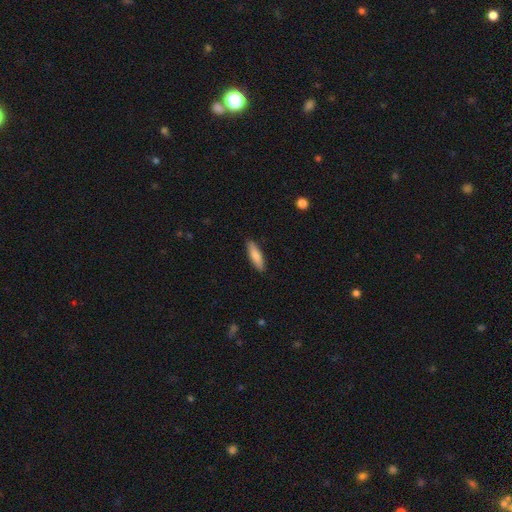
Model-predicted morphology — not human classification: A smooth galaxy with no disk features (80%) that is cigar-shaped (65%). Merging: none (89%).